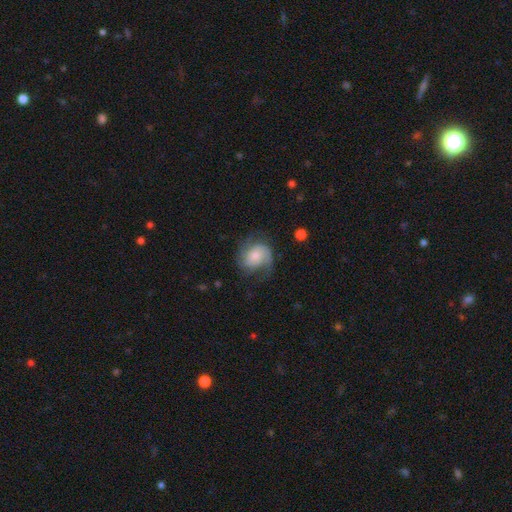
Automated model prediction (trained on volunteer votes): Smooth or featured? featured or disk (62%)
Edge-on disk? no (97%)
Bar? no (72%)
Spiral arms? yes (88%)
Spiral winding? medium (43%)
Spiral arm count? 2 (54%)
Bulge size? small (58%)
Merging? none (54%)